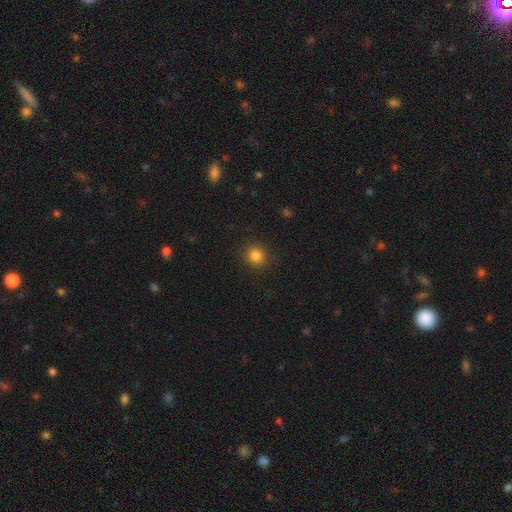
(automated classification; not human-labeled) Morphology: type=smooth (83%); roundness=round (91%); merging=none (89%).